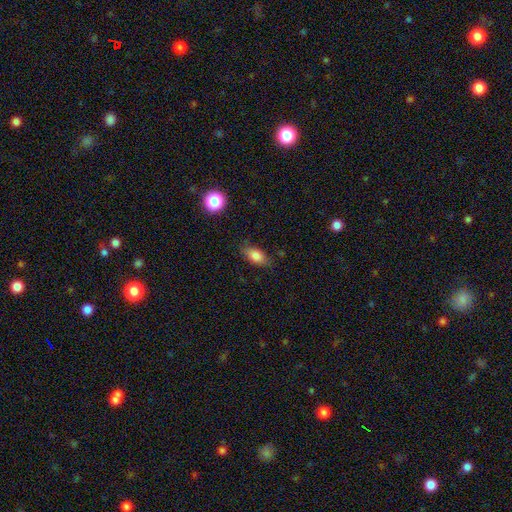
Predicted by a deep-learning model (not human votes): This appears to be a smooth galaxy with no disk features (80%) that is in between round and cigar-shaped (85%). Merging: none (80%).